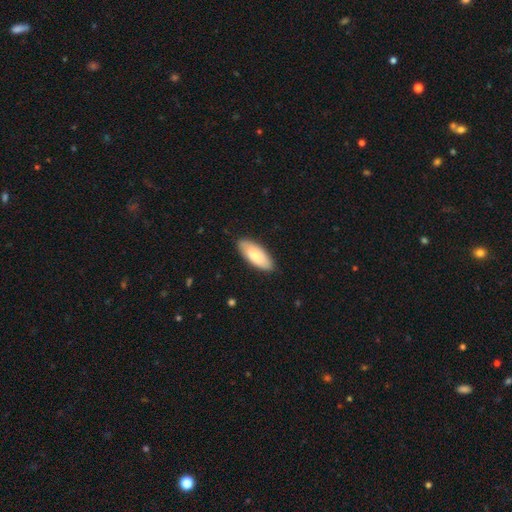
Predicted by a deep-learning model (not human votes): smooth 80%, featured or disk 15%, star or artifact 5%. Down the decision tree: how rounded — in between (82%); merging — none (87%).